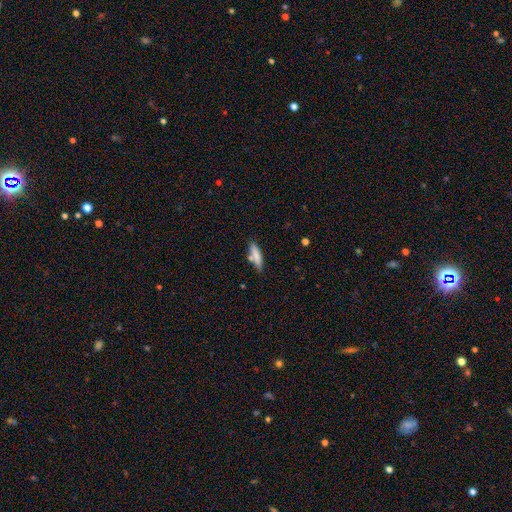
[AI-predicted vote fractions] smooth_or_featured: smooth (p=0.77) [alt: featured or disk p=0.16]
how_rounded: cigar-shaped (p=0.71) [alt: in between p=0.27]
merging: none (p=0.70) [alt: minor disturbance p=0.15]